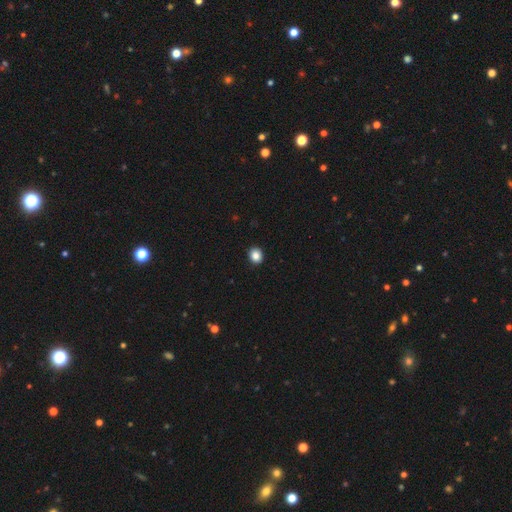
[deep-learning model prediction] This appears to be a smooth galaxy with no disk features (87%) that is round (73%). Merging: none (92%).